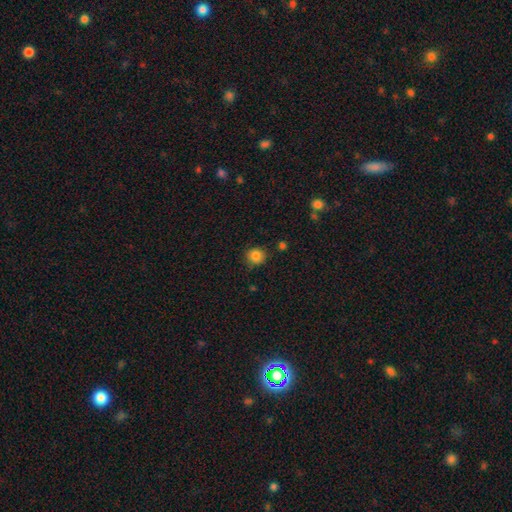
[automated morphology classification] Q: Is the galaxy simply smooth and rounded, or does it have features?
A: smooth — 84%.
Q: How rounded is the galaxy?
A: round — 87%.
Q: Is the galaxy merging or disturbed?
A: none — 83%.